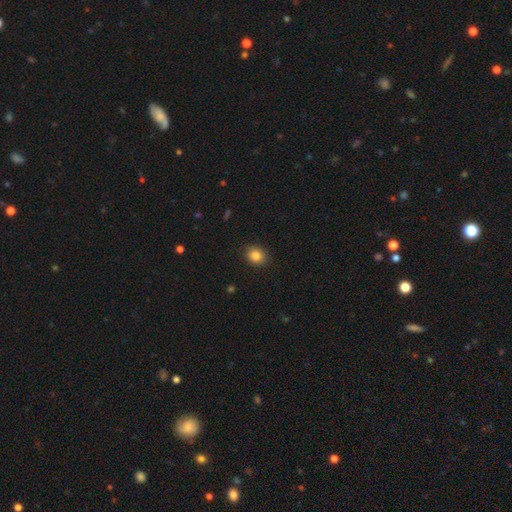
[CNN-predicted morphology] A smooth galaxy with no disk features (85%) that is round (61%). Merging: none (90%).